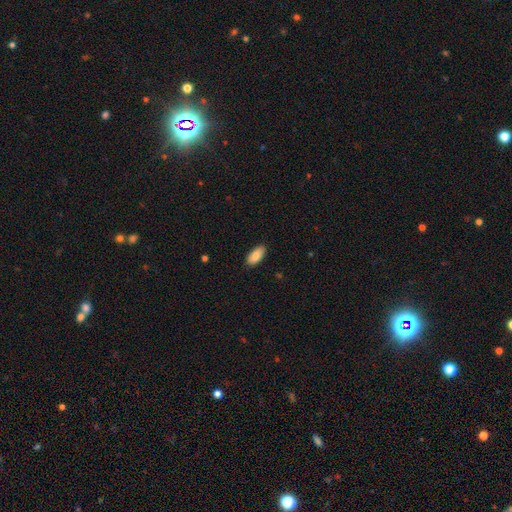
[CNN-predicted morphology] This appears to be a smooth galaxy with no disk features (86%) that is in between round and cigar-shaped (91%). Merging: none (87%).